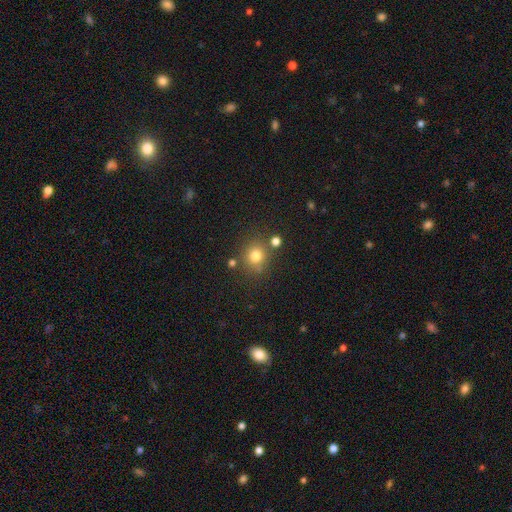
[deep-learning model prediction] smooth 77%, star or artifact 15%, featured or disk 8%. Down the decision tree: how rounded — round (86%); merging — none (76%).